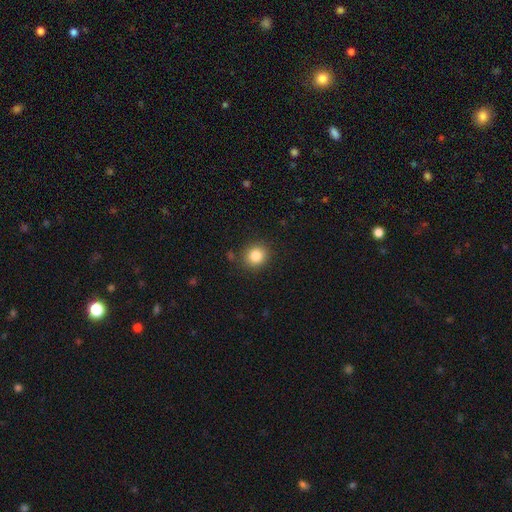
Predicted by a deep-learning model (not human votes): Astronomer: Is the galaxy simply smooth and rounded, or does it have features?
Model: smooth — 84%.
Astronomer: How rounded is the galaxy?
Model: round — 82%.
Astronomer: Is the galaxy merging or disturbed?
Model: none — 87%.